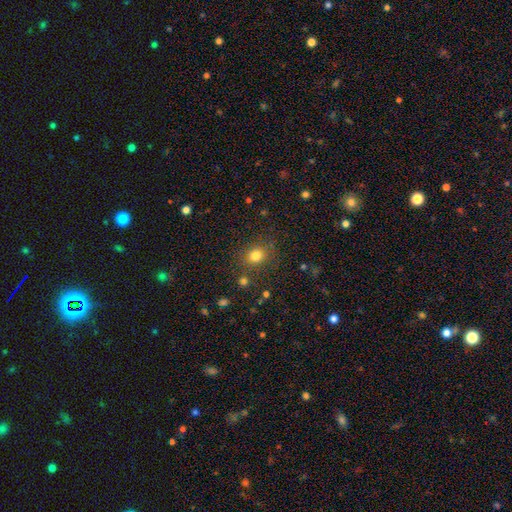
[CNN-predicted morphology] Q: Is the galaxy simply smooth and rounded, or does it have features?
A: smooth — 79%.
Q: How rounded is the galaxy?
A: round — 69%.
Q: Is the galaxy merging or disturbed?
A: none — 80%.